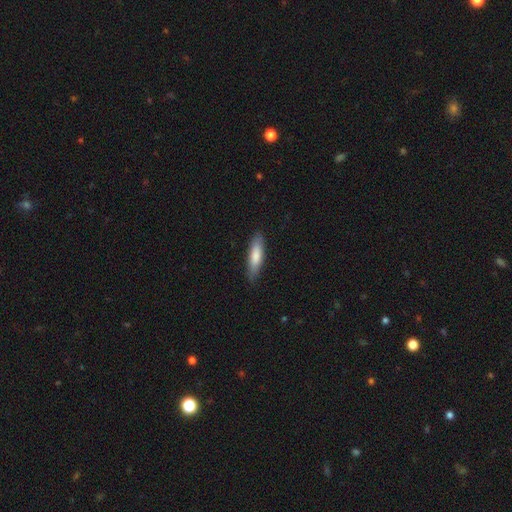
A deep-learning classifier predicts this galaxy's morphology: type=smooth (80%); roundness=cigar-shaped (66%); merging=none (85%).